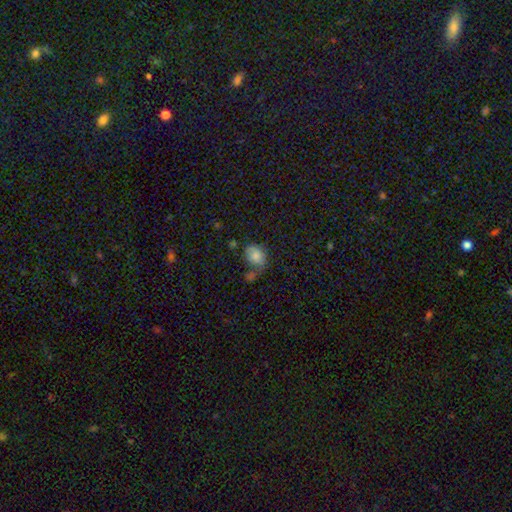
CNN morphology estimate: smooth-or-featured: smooth: 79% | featured or disk: 12% | star or artifact: 9%
  how-rounded: in between: 63% | round: 36% | cigar-shaped: 1%
  merging: none: 41% | minor disturbance: 26% | merger: 20% | major disturbance: 13%